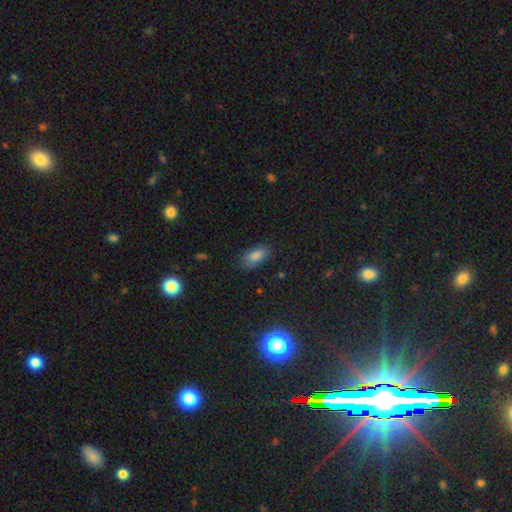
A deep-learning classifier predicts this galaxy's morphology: Smooth or featured? Predicted: smooth (p=0.80). How rounded? Predicted: in between (p=0.88). Merging? Predicted: none (p=0.79).